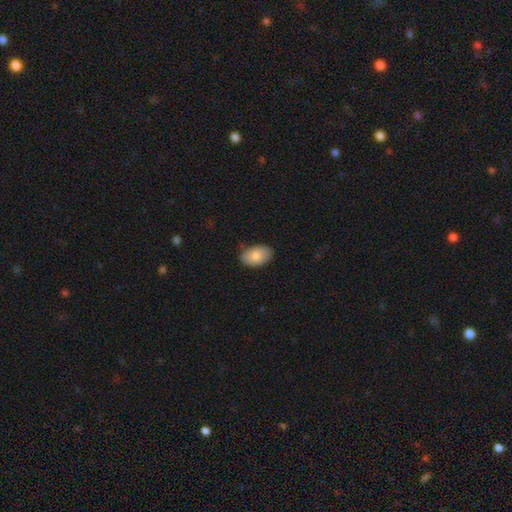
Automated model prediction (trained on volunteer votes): smooth_or_featured: smooth (p=0.83) [alt: featured or disk p=0.11]
how_rounded: in between (p=0.91) [alt: round p=0.08]
merging: none (p=0.78) [alt: minor disturbance p=0.18]